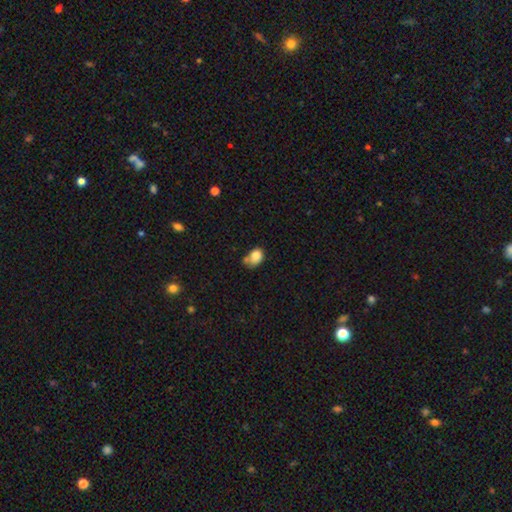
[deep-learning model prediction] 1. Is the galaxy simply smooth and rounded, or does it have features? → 81% smooth, 10% featured or disk, 9% star or artifact.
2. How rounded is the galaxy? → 62% in between, 37% round, 1% cigar-shaped.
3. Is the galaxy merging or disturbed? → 39% none, 28% minor disturbance, 23% merger, 10% major disturbance.